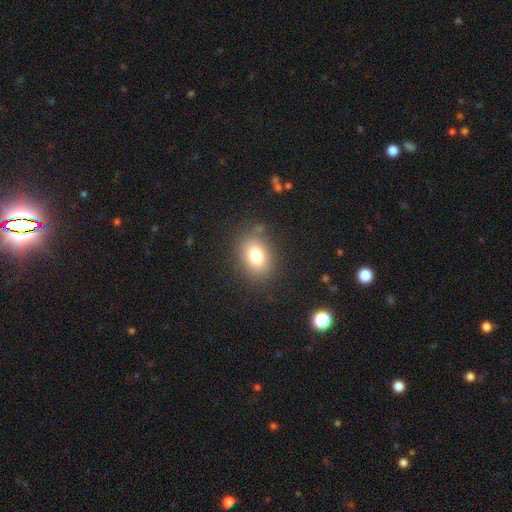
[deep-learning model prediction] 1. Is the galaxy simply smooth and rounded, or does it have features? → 78% smooth, 11% star or artifact, 11% featured or disk.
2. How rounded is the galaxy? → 69% in between, 30% round, 1% cigar-shaped.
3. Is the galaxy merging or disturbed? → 82% none, 11% minor disturbance, 4% major disturbance, 2% merger.